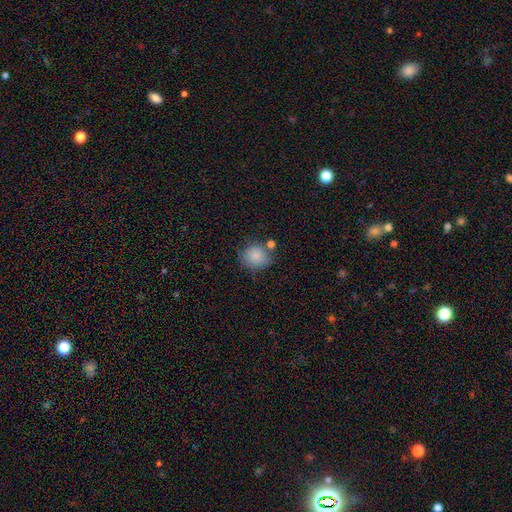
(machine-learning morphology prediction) Overall: smooth (86%). How rounded: round (81%). Merging: none (67%).